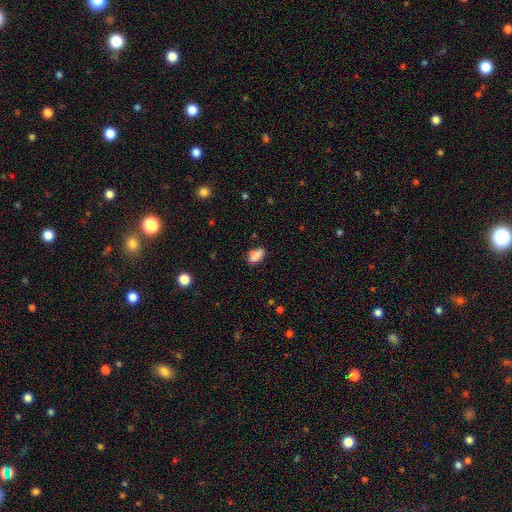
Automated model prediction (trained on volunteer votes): This appears to be a smooth galaxy with no disk features (84%) that is in between round and cigar-shaped (88%). Merging: none (62%).